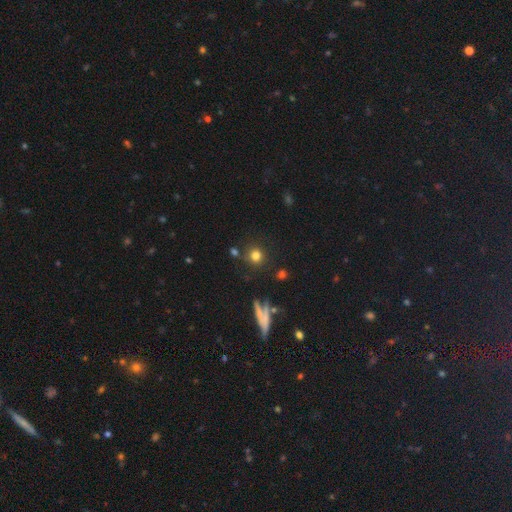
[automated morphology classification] A smooth galaxy with no disk features (75%) that is round (91%). Merging: none (79%).